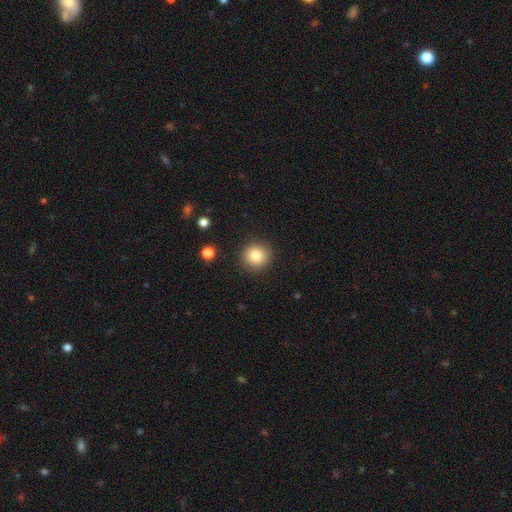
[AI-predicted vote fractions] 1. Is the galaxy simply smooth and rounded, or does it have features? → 83% smooth, 10% star or artifact, 7% featured or disk.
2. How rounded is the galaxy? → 92% round, 7% in between, 1% cigar-shaped.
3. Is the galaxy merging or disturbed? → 90% none, 6% minor disturbance, 2% major disturbance, 1% merger.